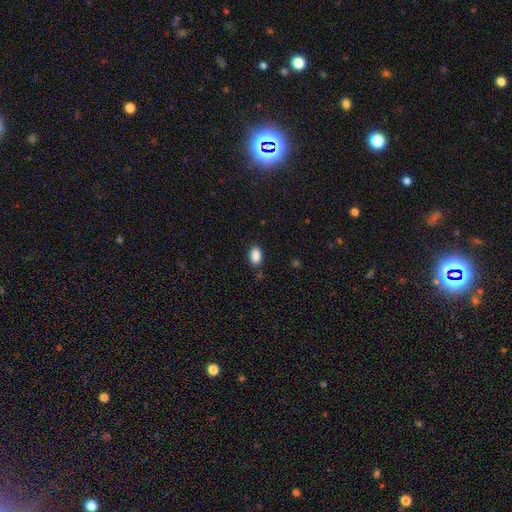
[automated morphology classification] The model was most divided on "merging": none: 83%, minor disturbance: 12%, major disturbance: 3%, merger: 2%. More confident: how rounded — in between (90%); smooth or featured — smooth (89%).